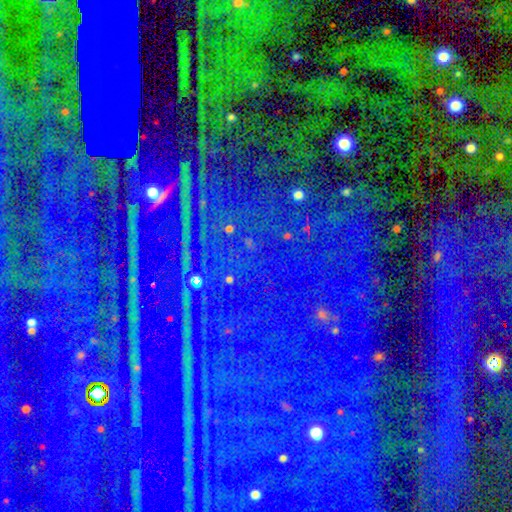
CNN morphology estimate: smooth-or-featured: star or artifact: 84% | smooth: 9% | featured or disk: 8%